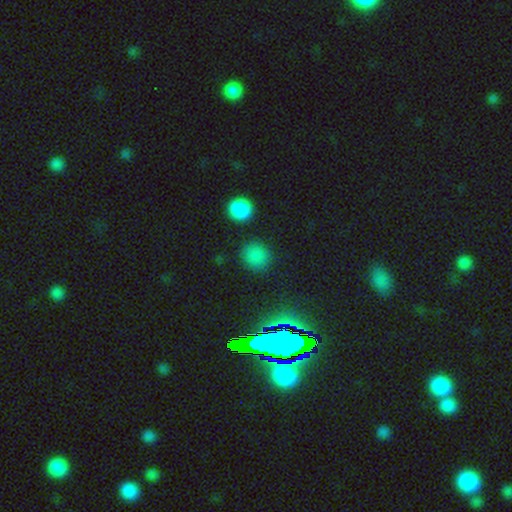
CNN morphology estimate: A smooth galaxy with no disk features (78%) that is round (86%). Merging: none (88%).